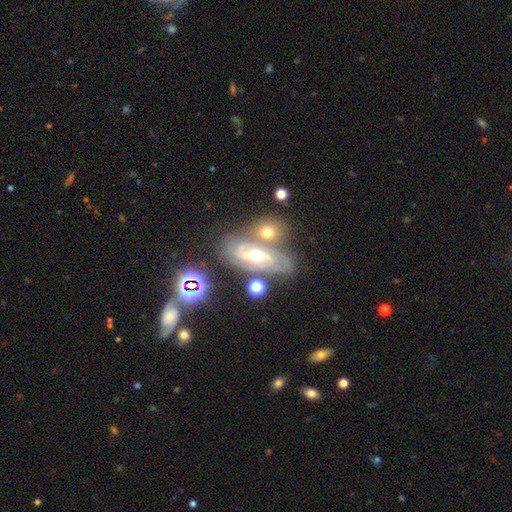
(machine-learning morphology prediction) featured or disk 74%, smooth 16%, star or artifact 10%. Down the decision tree: edge-on disk — no (92%); bar — no (46%); spiral arms — yes (85%); spiral arm count — 2 (68%); spiral winding — medium (44%); bulge size — moderate (72%); merging — none (51%).